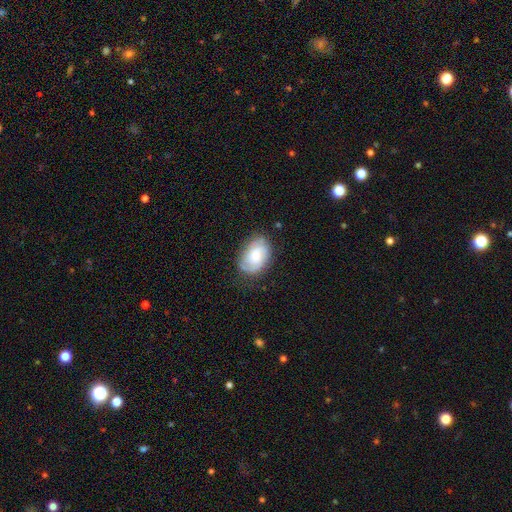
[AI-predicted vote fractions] Smooth or featured: featured or disk — 64% (smooth — 29%)
Edge-on disk: no — 97% (yes — 3%)
Bar: no — 61% (weak — 34%)
Spiral arms: yes — 91% (no — 9%)
Spiral winding: tight — 49% (medium — 38%)
Spiral arm count: 2 — 51% (can't tell — 24%)
Bulge size: moderate — 43% (small — 27%)
Merging: none — 74% (minor disturbance — 18%)